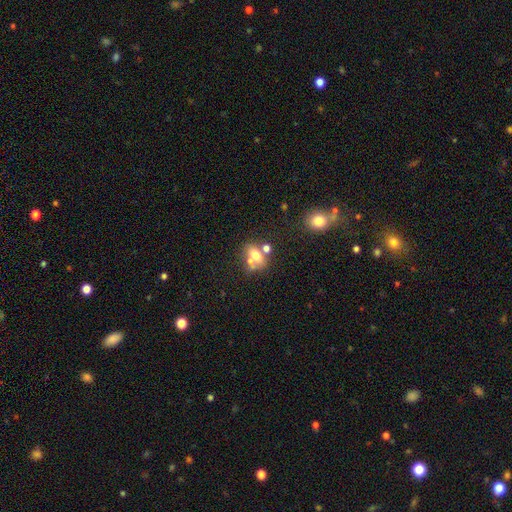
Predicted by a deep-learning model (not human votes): Overall: smooth (62%; featured or disk 26%). How rounded: in between (68%). Merging: none (41%; merger 40%).